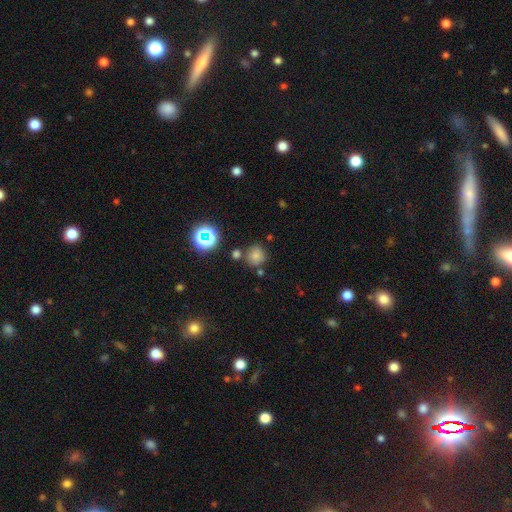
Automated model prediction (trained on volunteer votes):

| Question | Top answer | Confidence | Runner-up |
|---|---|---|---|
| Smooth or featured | smooth | 72% | star or artifact (20%) |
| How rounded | round | 89% | in between (10%) |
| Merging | none | 73% | merger (12%) |